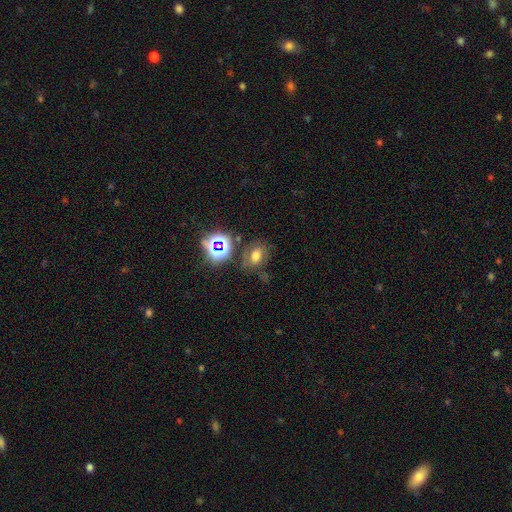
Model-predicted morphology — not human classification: type=smooth (50%); roundness=in between (63%); merging=none (64%).